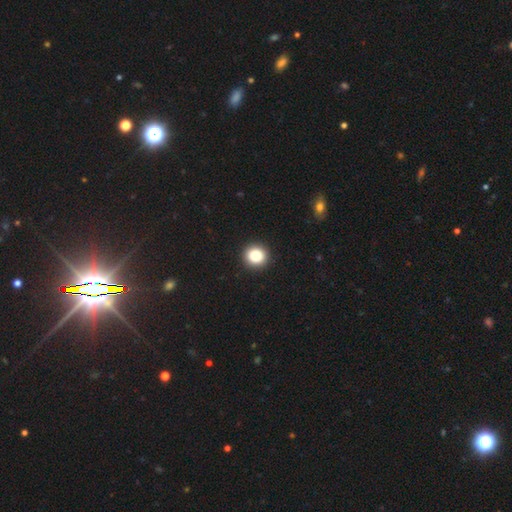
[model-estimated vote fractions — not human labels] This is clearly a smooth galaxy (84%). How rounded: clearly round (92%). Merging: clearly none (93%).